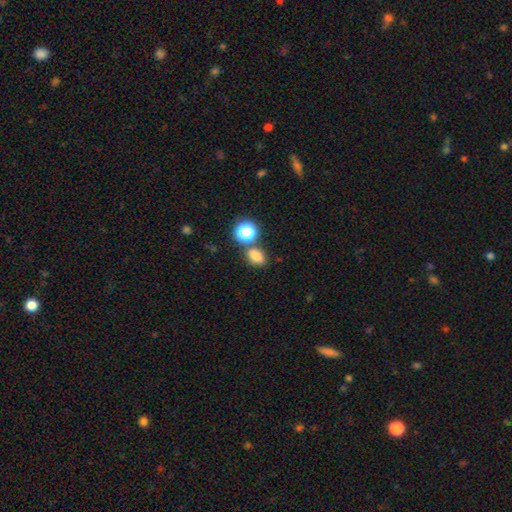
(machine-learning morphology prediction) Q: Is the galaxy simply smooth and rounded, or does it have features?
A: smooth — 78%.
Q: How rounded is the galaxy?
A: in between — 67%.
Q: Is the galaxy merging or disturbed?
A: none — 72%.